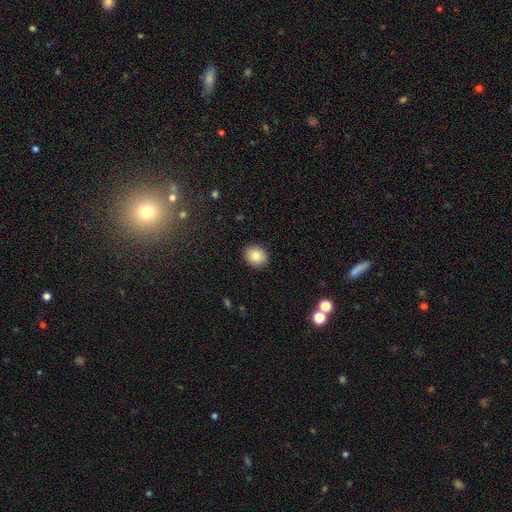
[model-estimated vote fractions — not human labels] Q: Smooth or featured?
A: smooth (83%); runner-up: star or artifact (9%)
Q: How rounded?
A: round (62%); runner-up: in between (37%)
Q: Merging?
A: none (90%); runner-up: minor disturbance (7%)